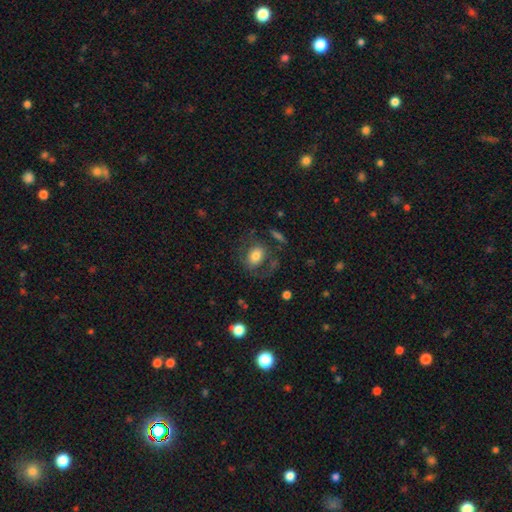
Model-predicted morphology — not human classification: smooth-or-featured: smooth: 66% | featured or disk: 25% | star or artifact: 9%
  how-rounded: in between: 63% | round: 35% | cigar-shaped: 1%
  merging: none: 61% | minor disturbance: 18% | major disturbance: 18% | merger: 4%